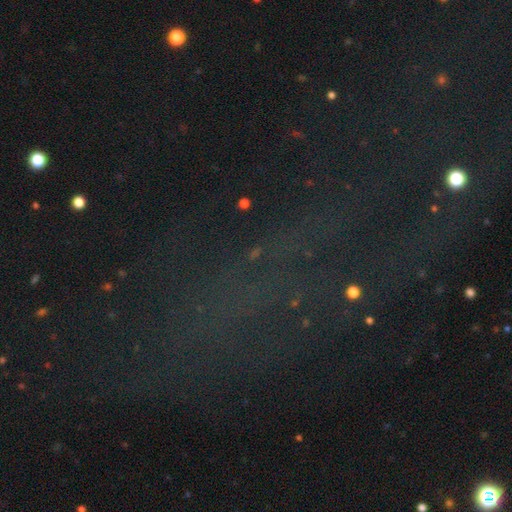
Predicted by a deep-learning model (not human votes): The model was most divided on "smooth or featured": star or artifact: 67%, smooth: 19%, featured or disk: 14%.